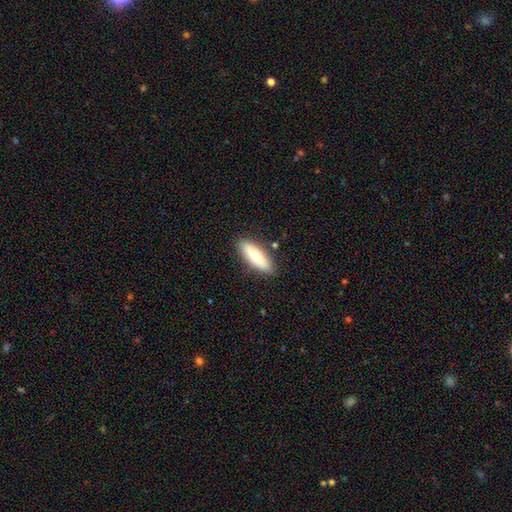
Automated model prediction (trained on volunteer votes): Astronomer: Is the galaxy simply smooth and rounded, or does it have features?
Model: smooth — 69%.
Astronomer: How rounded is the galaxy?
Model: in between — 56% (runner-up: cigar-shaped, 42%).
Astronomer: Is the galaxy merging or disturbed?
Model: none — 86%.